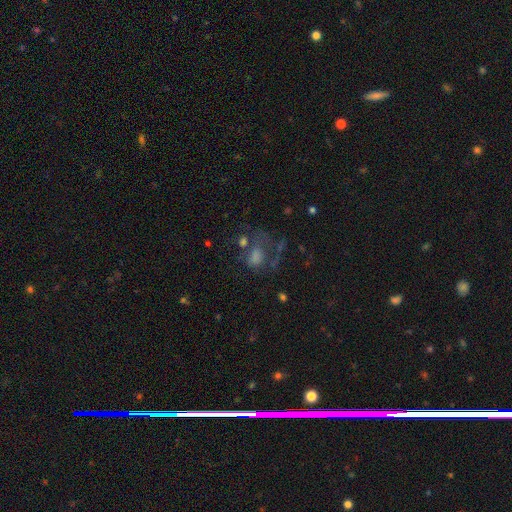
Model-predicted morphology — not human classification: smooth-or-featured: featured or disk: 41% | smooth: 33% | star or artifact: 26%
  merging: major disturbance: 37% | none: 36% | minor disturbance: 16% | merger: 11%